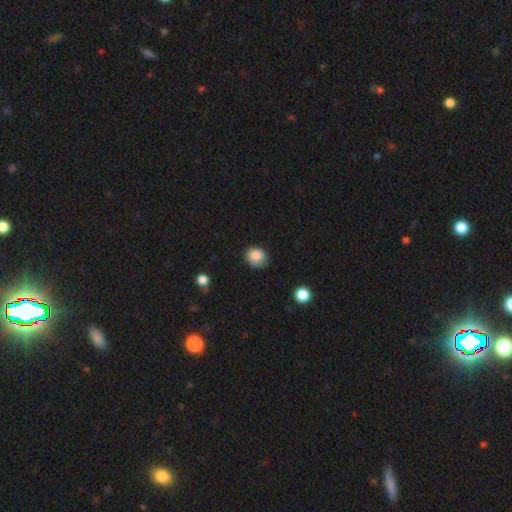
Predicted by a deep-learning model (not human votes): A smooth galaxy with no disk features (87%) that is round (71%). Merging: none (78%).